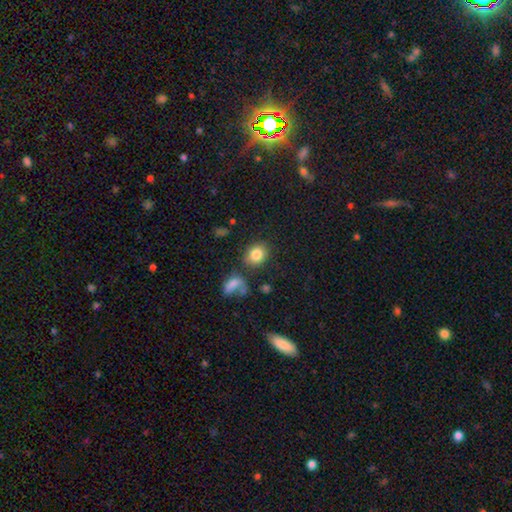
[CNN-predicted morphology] Overall: smooth (83%). How rounded: in between (51%; round 48%). Merging: none (74%).